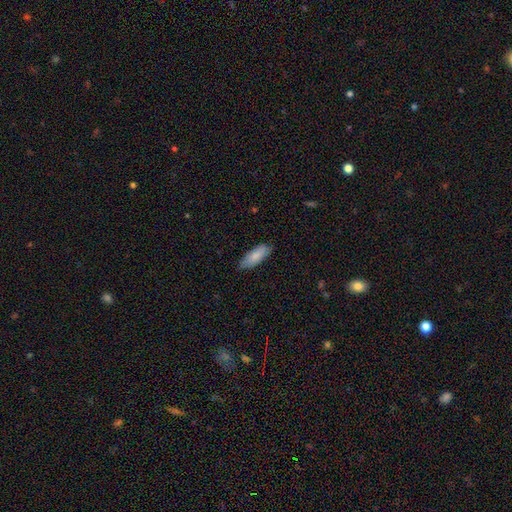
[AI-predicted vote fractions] Smooth or featured?
  - smooth: 82% *
  - featured or disk: 12%
  - star or artifact: 5%
How rounded?
  - in between: 72% *
  - cigar-shaped: 26%
  - round: 2%
Merging?
  - none: 78% *
  - minor disturbance: 18%
  - major disturbance: 3%
  - merger: 1%